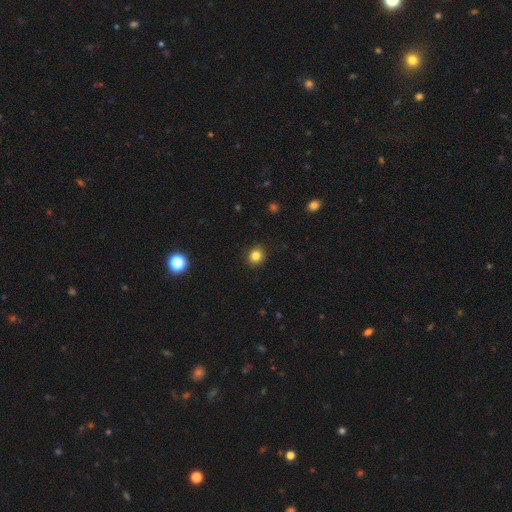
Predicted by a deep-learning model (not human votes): Smooth or featured? Predicted: smooth (p=0.83). How rounded? Predicted: round (p=0.81). Merging? Predicted: none (p=0.90).